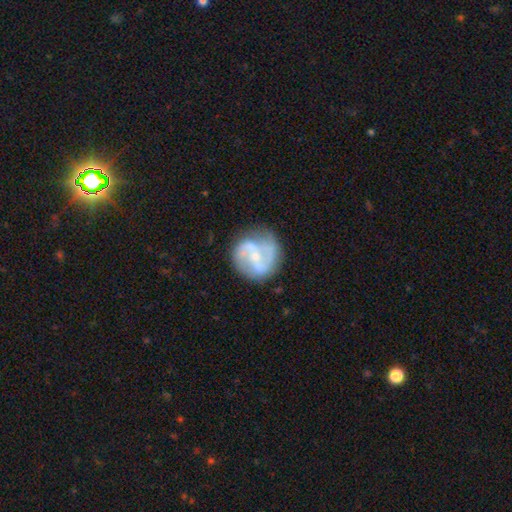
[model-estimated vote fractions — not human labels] This is likely a featured or disk galaxy (75%). It is clearly not viewed edge-on (98%). Bar: possibly no (47%). Spiral arm pattern: clearly yes (84%). Spiral arm count: likely 2 (69%). Spiral winding: possibly medium (47%). Central bulge: likely small (61%). Merging: likely none (66%).